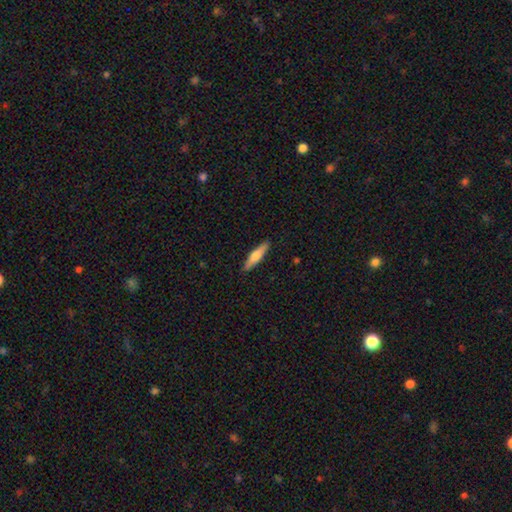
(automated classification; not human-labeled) This is possibly a smooth galaxy (60%). How rounded: clearly cigar-shaped (81%). Merging: clearly none (90%).